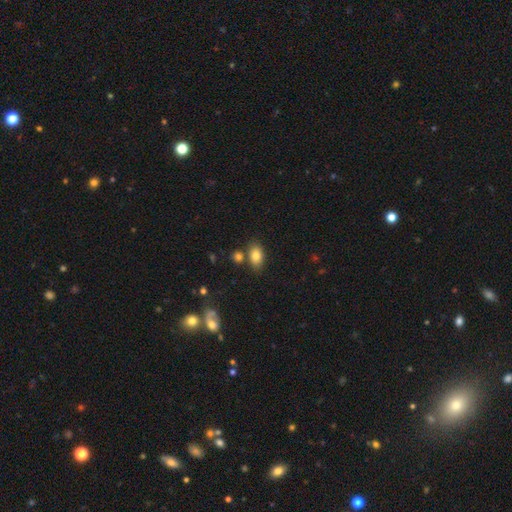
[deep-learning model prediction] This is clearly a smooth galaxy (80%). How rounded: clearly in between (87%). Merging: likely none (73%).